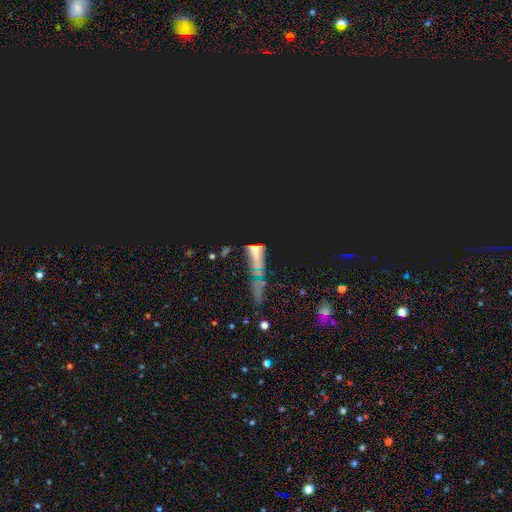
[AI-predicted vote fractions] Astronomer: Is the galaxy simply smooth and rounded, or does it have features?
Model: star or artifact — 52%.